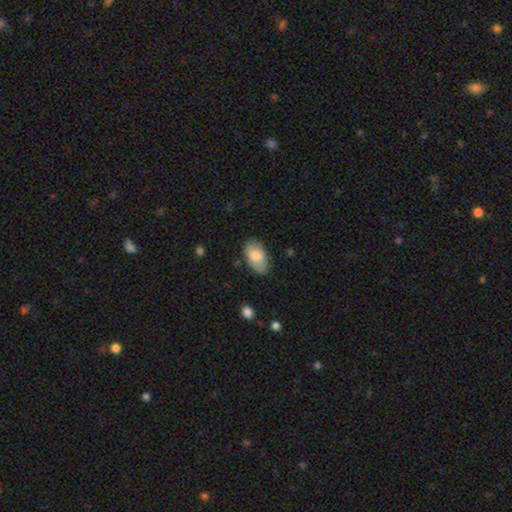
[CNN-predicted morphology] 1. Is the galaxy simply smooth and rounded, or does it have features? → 74% smooth, 20% featured or disk, 6% star or artifact.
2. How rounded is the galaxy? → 94% in between, 4% round, 2% cigar-shaped.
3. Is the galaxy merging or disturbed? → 73% none, 21% minor disturbance, 4% major disturbance, 2% merger.